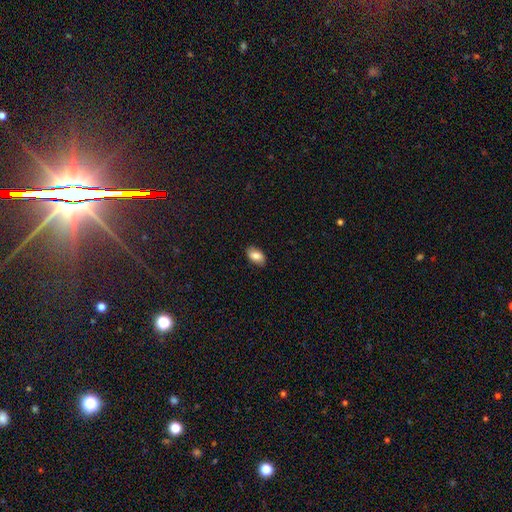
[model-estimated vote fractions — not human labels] A smooth galaxy with no disk features (85%) that is in between round and cigar-shaped (93%).

Vote fractions:
- Smooth or featured? smooth: 85% / featured or disk: 8% / star or artifact: 7%
- How rounded? in between: 93% / round: 5% / cigar-shaped: 2%
- Merging? none: 86% / minor disturbance: 11% / major disturbance: 2% / merger: 1%